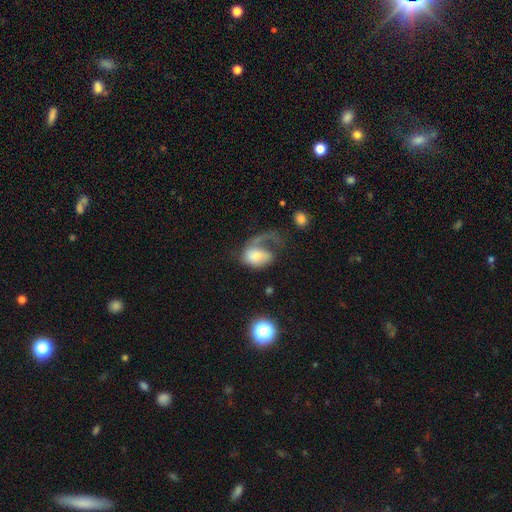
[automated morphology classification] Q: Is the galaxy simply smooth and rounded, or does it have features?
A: featured or disk — 53%.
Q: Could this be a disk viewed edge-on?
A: no — 97%.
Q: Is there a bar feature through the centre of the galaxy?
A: no — 65%.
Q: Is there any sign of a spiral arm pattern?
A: yes — 75%.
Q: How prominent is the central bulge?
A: moderate — 45%.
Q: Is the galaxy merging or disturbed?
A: major disturbance — 59%.